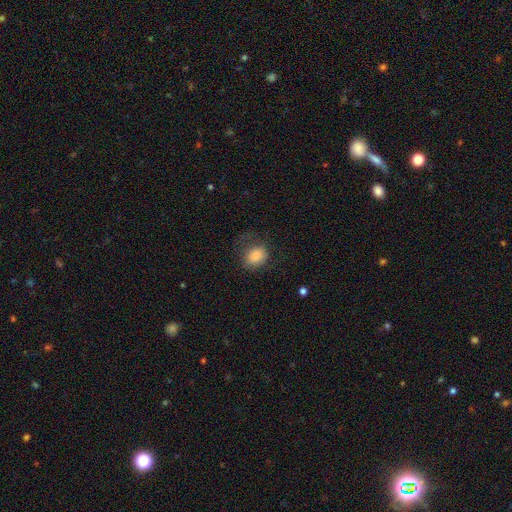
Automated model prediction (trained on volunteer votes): A smooth galaxy with no disk features (85%) that is in between round and cigar-shaped (54%).

Vote fractions:
- Smooth or featured? smooth: 85% / star or artifact: 8% / featured or disk: 7%
- How rounded? in between: 54% / round: 45% / cigar-shaped: 1%
- Merging? none: 58% / minor disturbance: 23% / major disturbance: 17% / merger: 2%